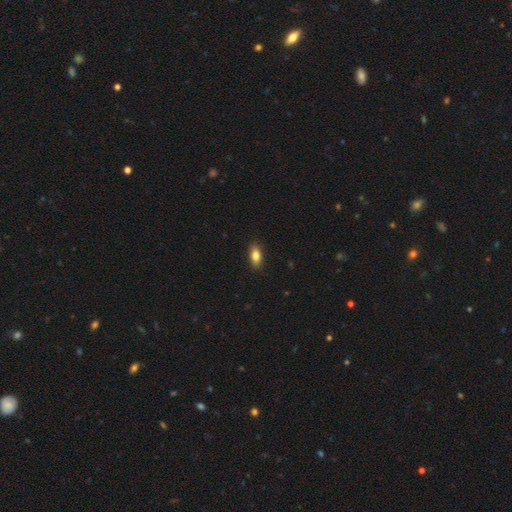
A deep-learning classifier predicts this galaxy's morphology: Smooth or featured? smooth (82%)
How rounded? in between (86%)
Merging? none (87%)